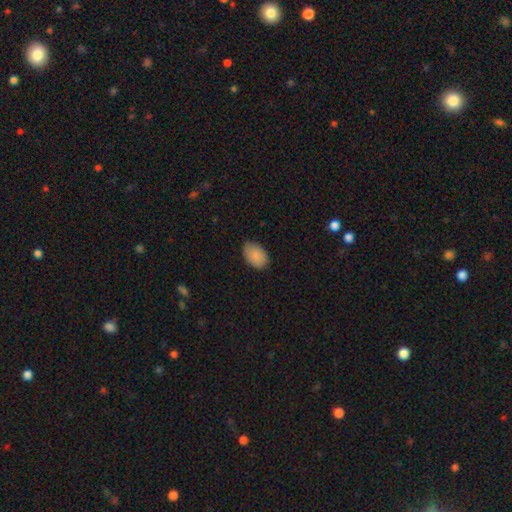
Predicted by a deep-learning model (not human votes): Smooth or featured? smooth (89%)
How rounded? in between (89%)
Merging? none (78%)